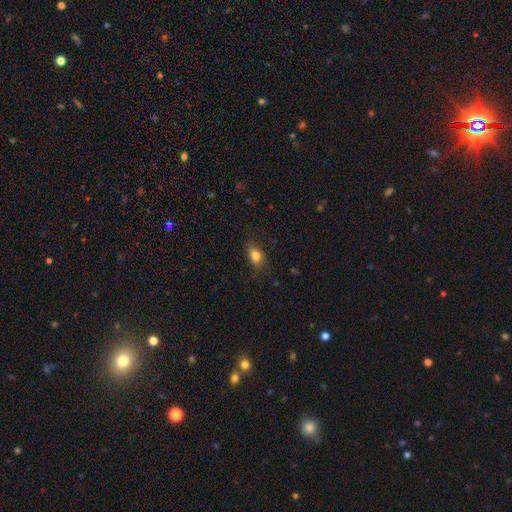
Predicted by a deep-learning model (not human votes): This is clearly a smooth galaxy (82%). How rounded: likely in between (78%). Merging: clearly none (81%).